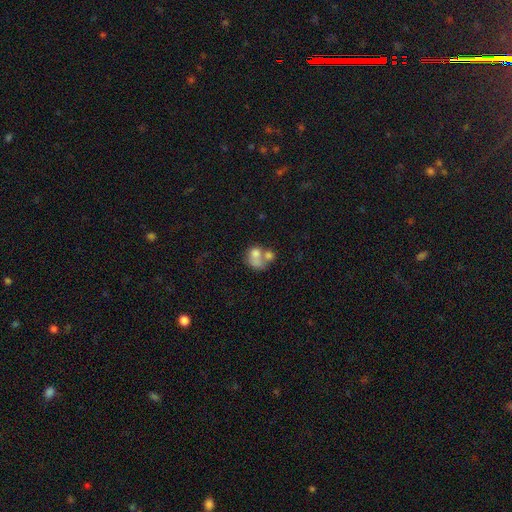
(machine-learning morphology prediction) Smooth or featured? smooth (66%)
How rounded? round (55%)
Merging? merger (61%)